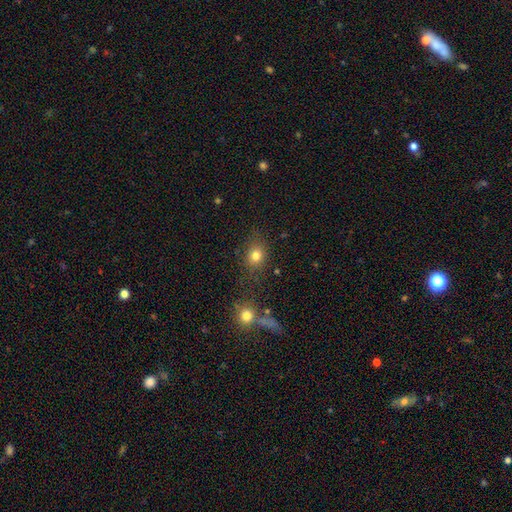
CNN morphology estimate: Overall: smooth (78%). How rounded: round (65%; in between 34%). Merging: none (74%).